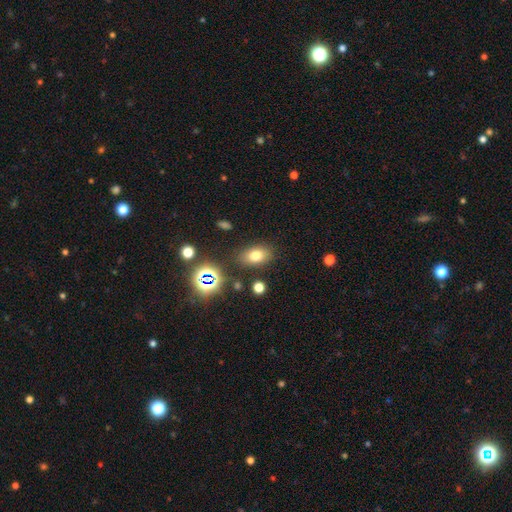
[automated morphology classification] smooth_or_featured: smooth (p=0.73) [alt: star or artifact p=0.16]
how_rounded: in between (p=0.81) [alt: round p=0.17]
merging: none (p=0.82) [alt: minor disturbance p=0.11]